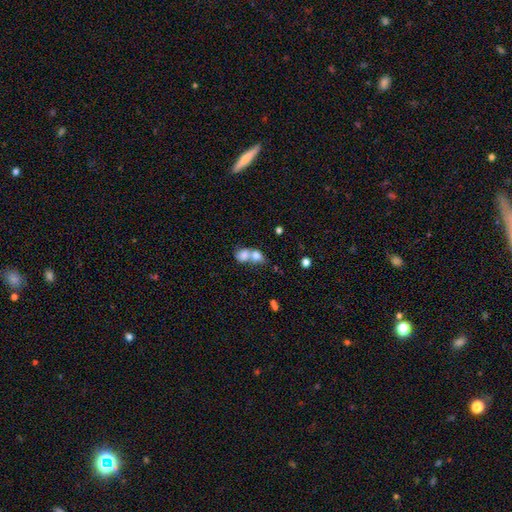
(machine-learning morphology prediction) type=smooth (75%); roundness=in between (52%); merging=merger (73%).